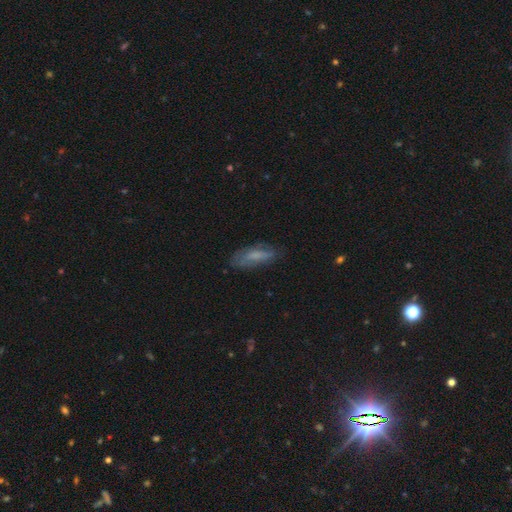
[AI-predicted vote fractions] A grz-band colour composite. It shows a smooth galaxy with no disk features (63%) that is in between round and cigar-shaped (57%). Merging: none (64%).